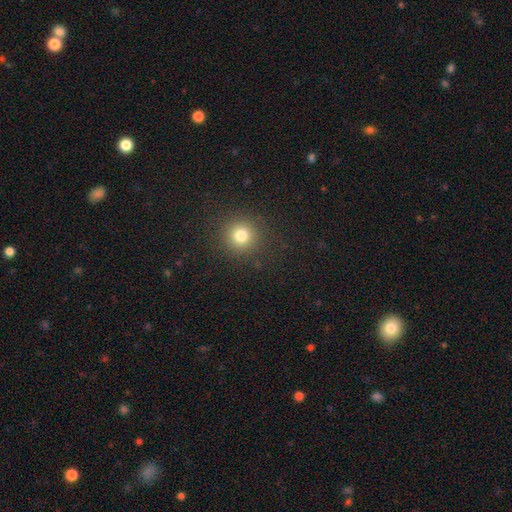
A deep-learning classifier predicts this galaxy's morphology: Smooth or featured: smooth — 65% (star or artifact — 30%)
How rounded: round — 93% (in between — 6%)
Merging: none — 91% (minor disturbance — 6%)